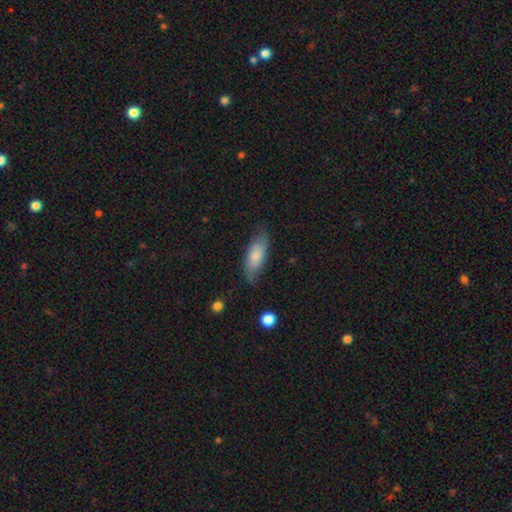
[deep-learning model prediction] This appears to be a smooth galaxy with no disk features (72%) that is in between round and cigar-shaped (73%). Merging: none (73%).